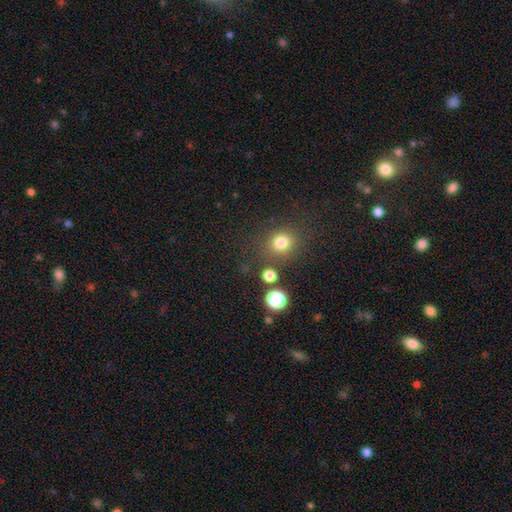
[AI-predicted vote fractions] This appears to be a smooth galaxy with no disk features (55%) that is round (83%). Merging: none (81%).